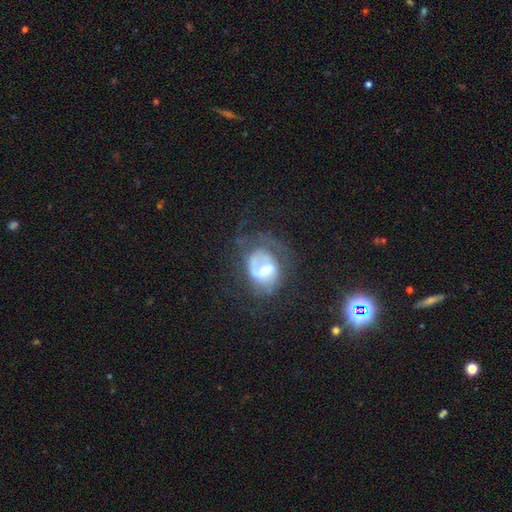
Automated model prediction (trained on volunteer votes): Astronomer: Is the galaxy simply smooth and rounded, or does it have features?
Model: featured or disk — 61%.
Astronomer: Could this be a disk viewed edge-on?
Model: no — 96%.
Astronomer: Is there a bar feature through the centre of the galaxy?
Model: no — 46% (runner-up: weak, 36%).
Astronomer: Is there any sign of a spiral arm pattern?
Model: yes — 60% (runner-up: no, 40%).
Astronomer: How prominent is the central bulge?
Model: moderate — 41% (runner-up: small, 29%).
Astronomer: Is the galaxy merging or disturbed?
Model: none — 48% (runner-up: major disturbance, 28%).